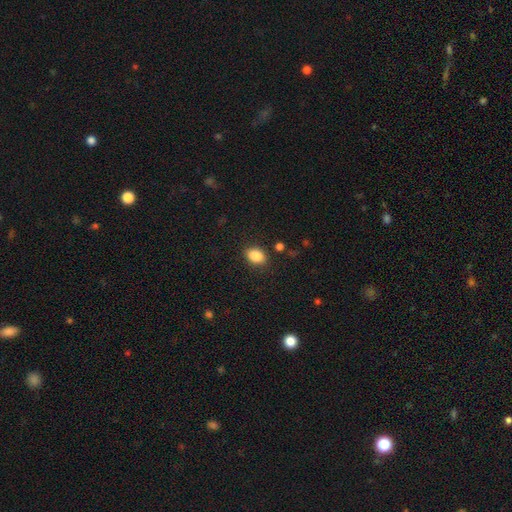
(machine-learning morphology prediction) A smooth galaxy with no disk features (86%) that is in between round and cigar-shaped (74%). Merging: none (87%).